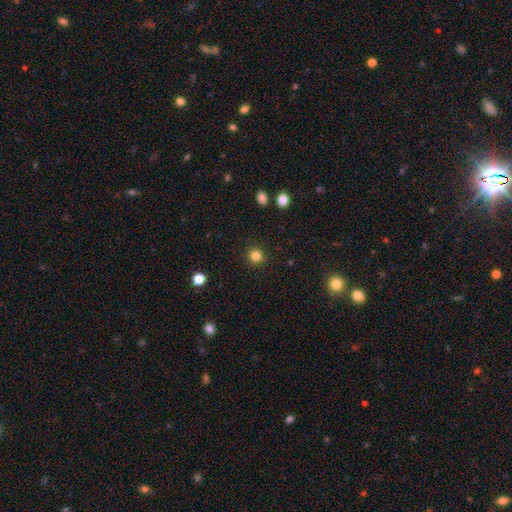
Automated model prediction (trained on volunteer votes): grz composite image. It shows a smooth galaxy with no disk features (83%) that is round (94%). Merging: none (92%).